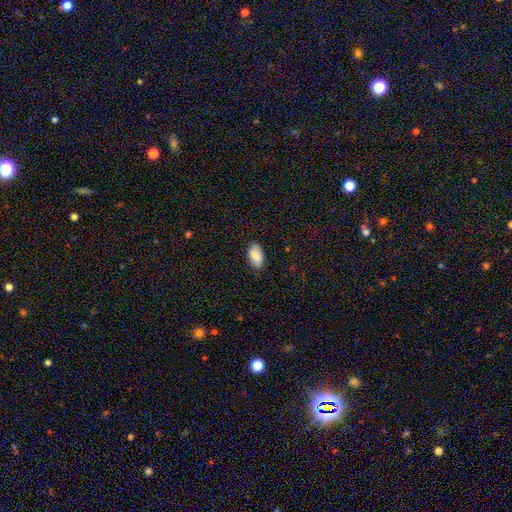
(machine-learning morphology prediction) Overall: smooth (84%). How rounded: in between (94%). Merging: none (79%).